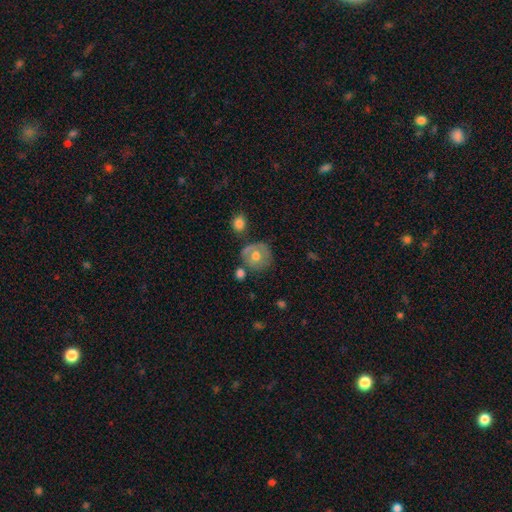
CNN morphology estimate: smooth-or-featured: smooth: 54% | featured or disk: 38% | star or artifact: 8%
  how-rounded: round: 84% | in between: 15% | cigar-shaped: 1%
  merging: none: 59% | minor disturbance: 22% | merger: 10% | major disturbance: 9%